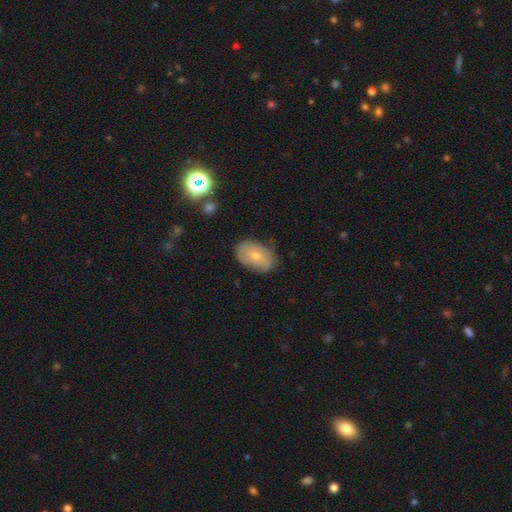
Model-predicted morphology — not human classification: Smooth or featured? Predicted: smooth (p=0.51). How rounded? Predicted: in between (p=0.88). Merging? Predicted: none (p=0.74).